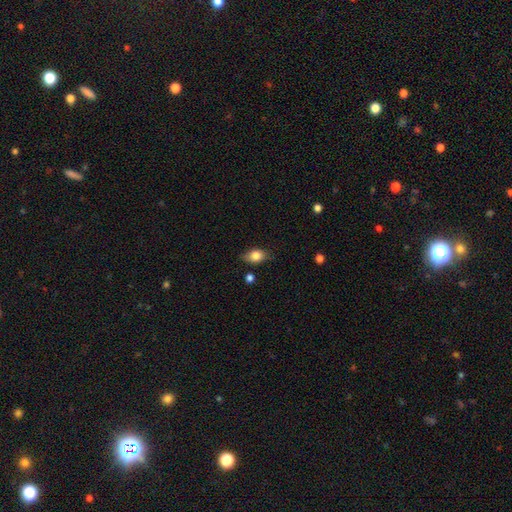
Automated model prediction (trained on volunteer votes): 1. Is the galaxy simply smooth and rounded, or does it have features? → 82% smooth, 10% featured or disk, 8% star or artifact.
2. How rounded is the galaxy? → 82% in between, 15% round, 3% cigar-shaped.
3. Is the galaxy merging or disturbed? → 76% none, 19% minor disturbance, 4% major disturbance, 2% merger.